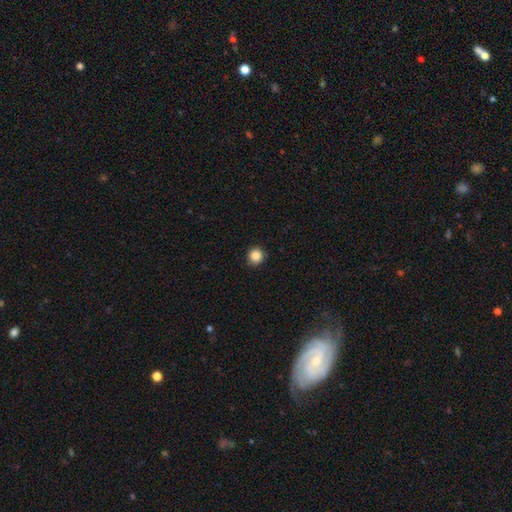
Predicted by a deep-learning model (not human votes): Overall: smooth (87%). How rounded: round (90%). Merging: none (88%).